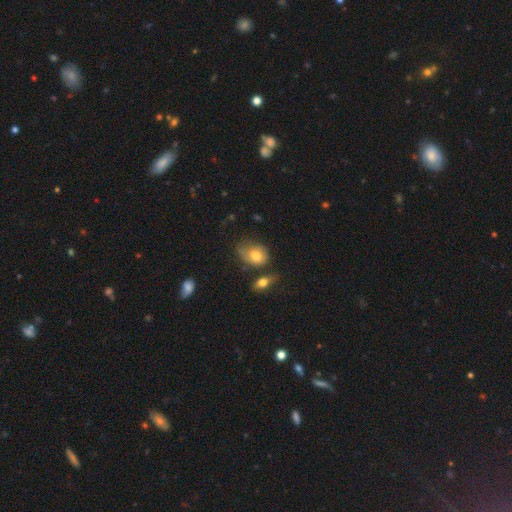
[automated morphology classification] A smooth galaxy with no disk features (72%) that is in between round and cigar-shaped (65%).

Vote fractions:
- Smooth or featured? smooth: 72% / featured or disk: 20% / star or artifact: 8%
- How rounded? in between: 65% / round: 34% / cigar-shaped: 1%
- Merging? none: 35% / minor disturbance: 34% / major disturbance: 21% / merger: 11%